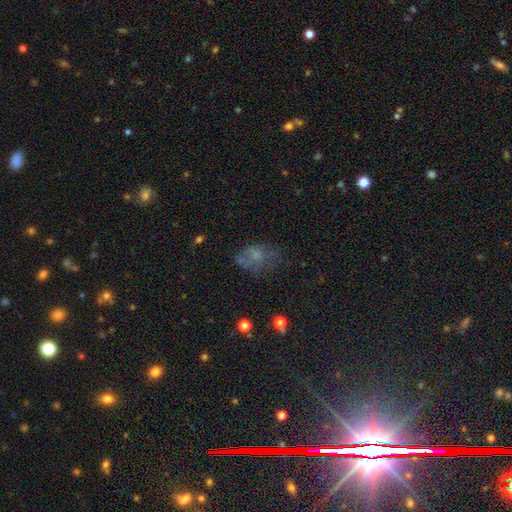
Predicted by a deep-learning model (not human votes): Smooth or featured?
  - smooth: 49% *
  - featured or disk: 33%
  - star or artifact: 19%
Merging?
  - none: 41% *
  - major disturbance: 28%
  - minor disturbance: 24%
  - merger: 7%